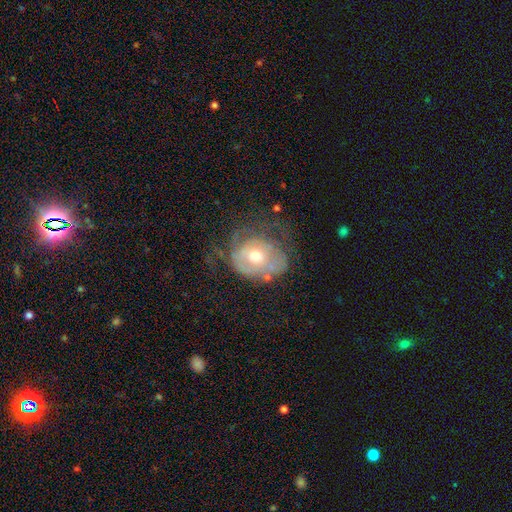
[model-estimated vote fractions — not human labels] Smooth or featured? featured or disk (61%)
Edge-on disk? no (96%)
Bar? no (79%)
Spiral arms? yes (54%)
Bulge size? moderate (69%)
Merging? none (40%)